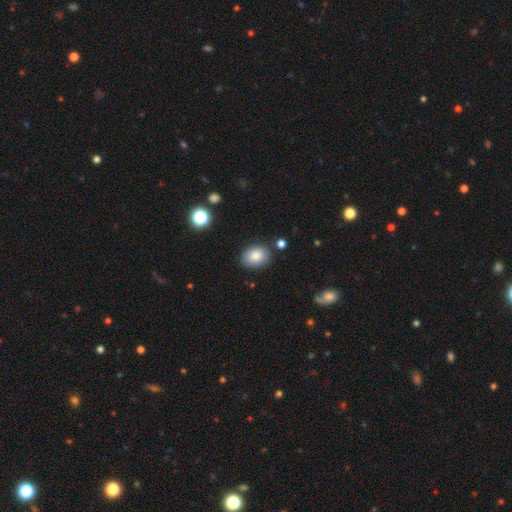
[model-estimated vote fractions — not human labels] A smooth galaxy with no disk features (84%) that is in between round and cigar-shaped (64%).

Vote fractions:
- Smooth or featured? smooth: 84% / star or artifact: 9% / featured or disk: 8%
- How rounded? in between: 64% / round: 35% / cigar-shaped: 1%
- Merging? none: 81% / minor disturbance: 13% / major disturbance: 3% / merger: 3%